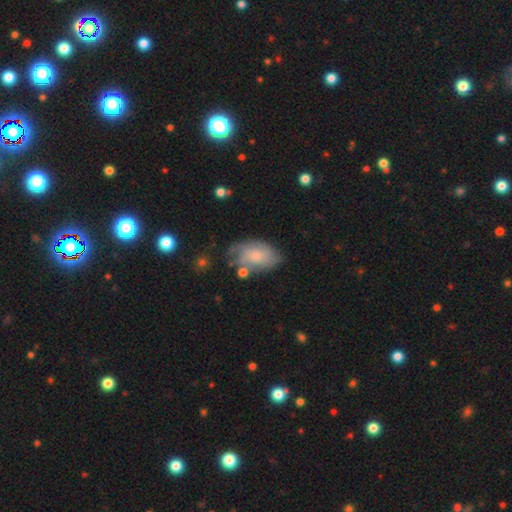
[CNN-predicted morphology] A smooth galaxy with no disk features (51%) that is in between round and cigar-shaped (89%).

Vote fractions:
- Smooth or featured? smooth: 51% / featured or disk: 41% / star or artifact: 8%
- How rounded? in between: 89% / round: 9% / cigar-shaped: 2%
- Merging? none: 50% / minor disturbance: 30% / major disturbance: 13% / merger: 7%